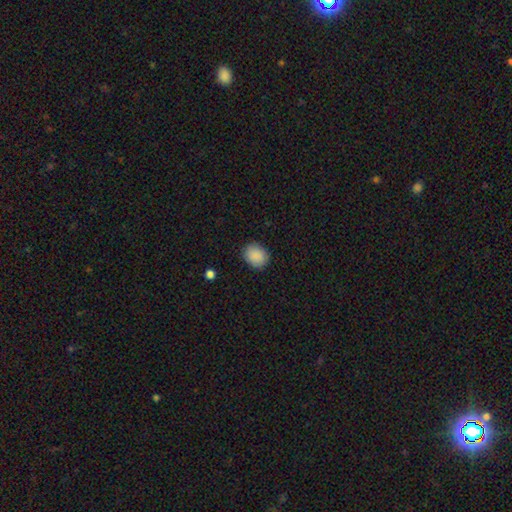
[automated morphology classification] A smooth galaxy with no disk features (89%) that is round (60%). Merging: none (86%).